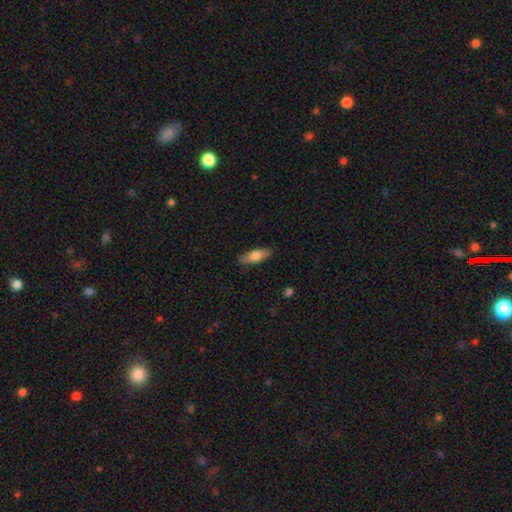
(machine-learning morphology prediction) type=smooth (71%); roundness=in between (64%); merging=none (83%).